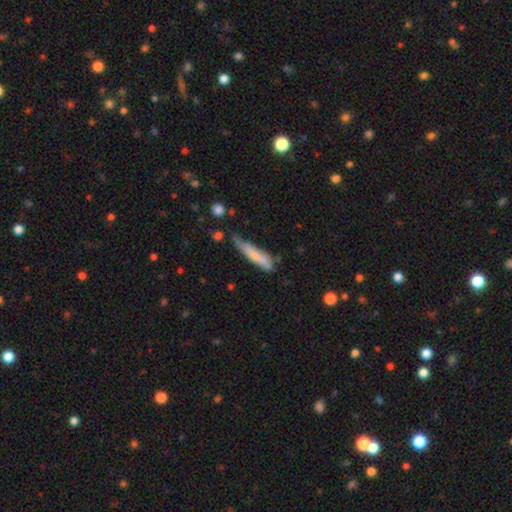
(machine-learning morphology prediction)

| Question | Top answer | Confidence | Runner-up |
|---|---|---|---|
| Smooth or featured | smooth | 73% | featured or disk (20%) |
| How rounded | cigar-shaped | 86% | in between (13%) |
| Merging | none | 45% | minor disturbance (38%) |